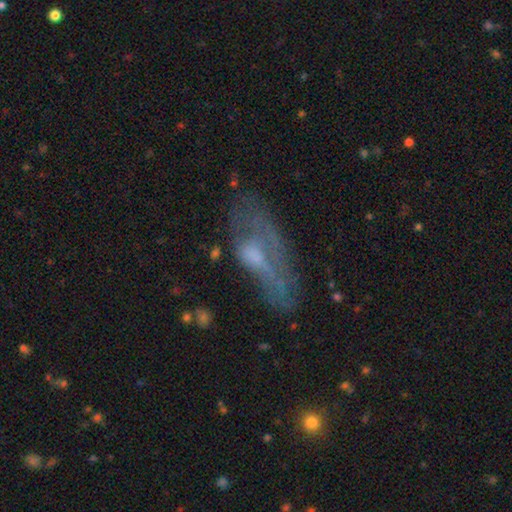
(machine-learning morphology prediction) Smooth or featured?
  - featured or disk: 53% *
  - smooth: 36%
  - star or artifact: 11%
Edge-on disk?
  - no: 80% *
  - yes: 20%
Merging?
  - none: 41% *
  - major disturbance: 30%
  - minor disturbance: 24%
  - merger: 4%